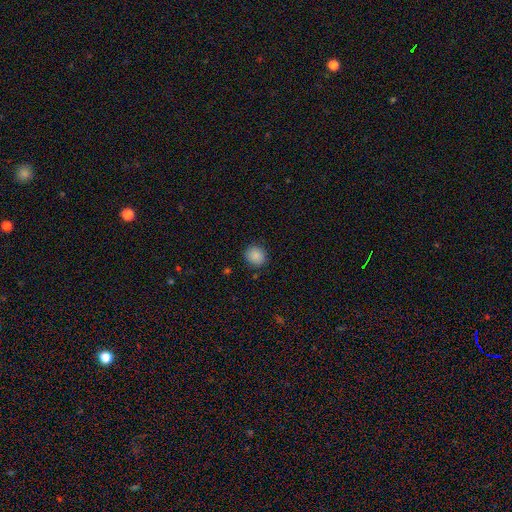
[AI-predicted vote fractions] Overall: smooth (88%). How rounded: round (80%). Merging: none (88%).